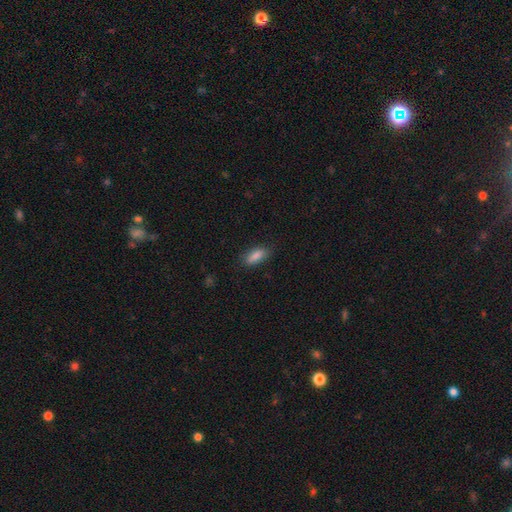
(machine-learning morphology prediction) This is clearly a smooth galaxy (84%). How rounded: likely in between (77%). Merging: clearly none (81%).